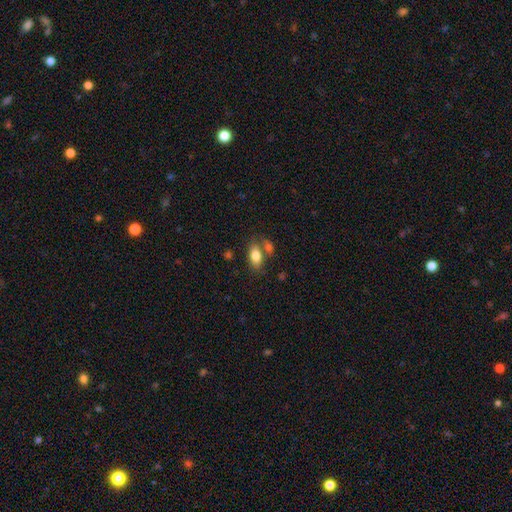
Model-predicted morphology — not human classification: A smooth galaxy with no disk features (81%) that is in between round and cigar-shaped (90%). Merging: none (59%).